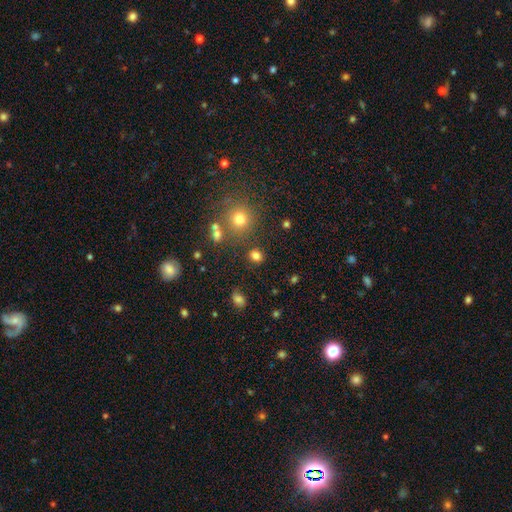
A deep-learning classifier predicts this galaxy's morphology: smooth-or-featured: smooth: 78% | star or artifact: 16% | featured or disk: 6%
  how-rounded: round: 65% | in between: 34% | cigar-shaped: 1%
  merging: none: 80% | minor disturbance: 10% | merger: 6% | major disturbance: 4%